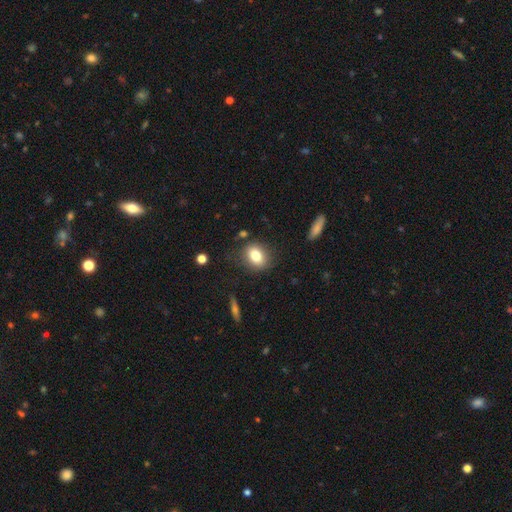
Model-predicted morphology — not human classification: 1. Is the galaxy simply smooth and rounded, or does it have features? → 79% smooth, 11% featured or disk, 10% star or artifact.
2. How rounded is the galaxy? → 58% in between, 40% round, 2% cigar-shaped.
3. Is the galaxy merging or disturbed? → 82% none, 12% minor disturbance, 4% major disturbance, 2% merger.